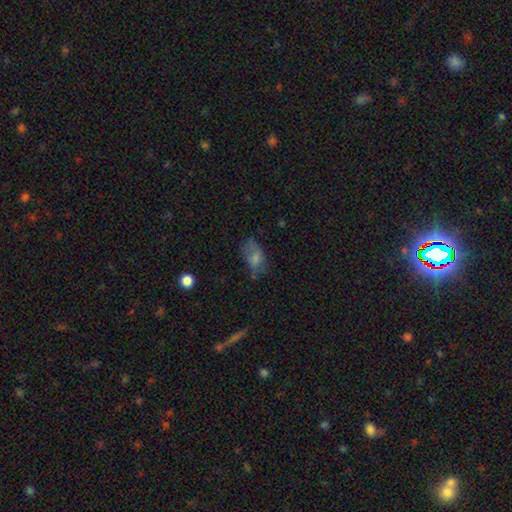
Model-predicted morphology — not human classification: smooth_or_featured: smooth (p=0.55) [alt: featured or disk p=0.27]
how_rounded: in between (p=0.85) [alt: round p=0.11]
merging: none (p=0.54) [alt: minor disturbance p=0.28]